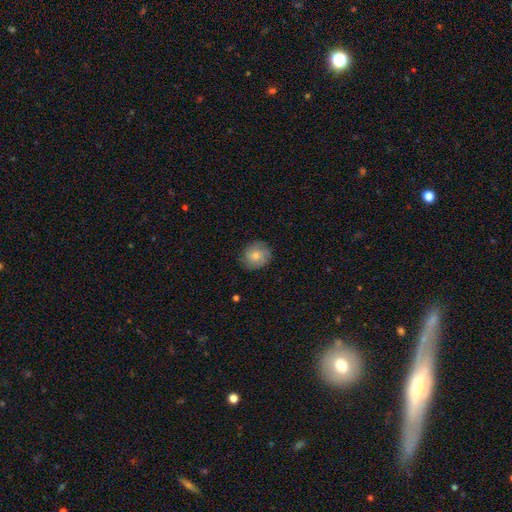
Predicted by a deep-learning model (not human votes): smooth-or-featured: smooth: 63% | featured or disk: 26% | star or artifact: 10%
  how-rounded: round: 84% | in between: 15% | cigar-shaped: 1%
  merging: none: 83% | minor disturbance: 14% | major disturbance: 3% | merger: 1%